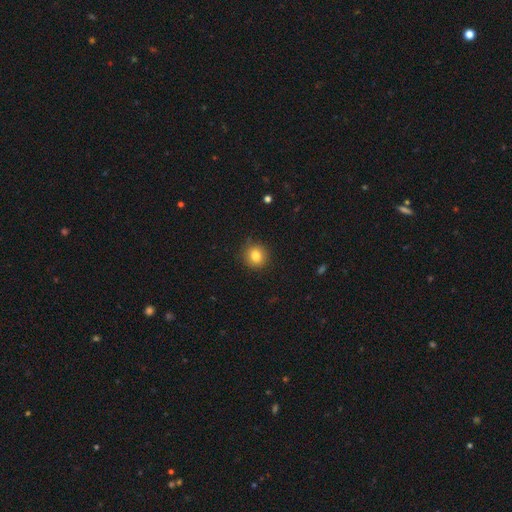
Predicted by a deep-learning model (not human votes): A smooth galaxy with no disk features (83%) that is round (88%). Merging: none (88%).